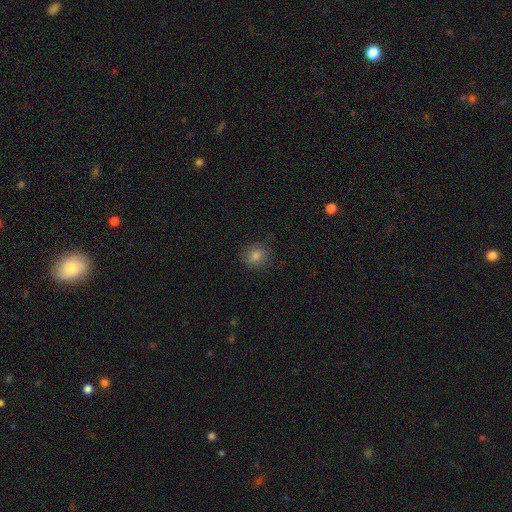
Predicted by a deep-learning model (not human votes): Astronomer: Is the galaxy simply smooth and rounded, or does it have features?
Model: smooth — 81%.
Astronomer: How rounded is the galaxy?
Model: round — 87%.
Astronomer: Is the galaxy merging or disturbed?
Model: none — 83%.